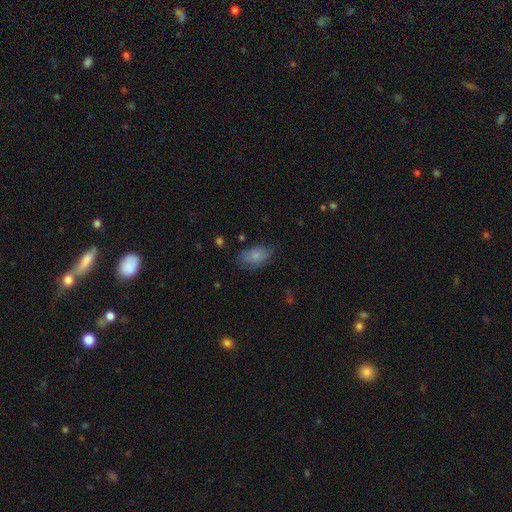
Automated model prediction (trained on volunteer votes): Overall: smooth (75%). How rounded: in between (91%). Merging: none (63%; minor disturbance 26%).